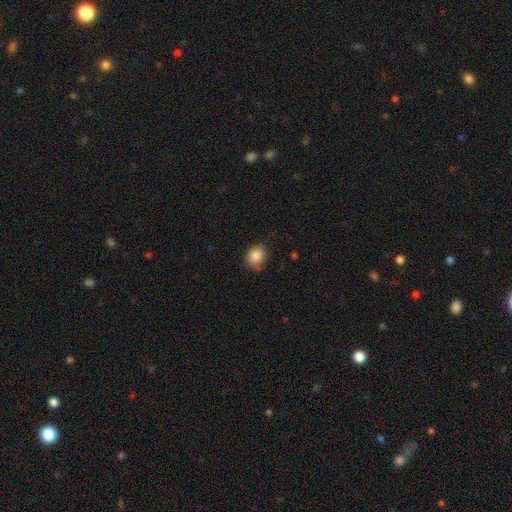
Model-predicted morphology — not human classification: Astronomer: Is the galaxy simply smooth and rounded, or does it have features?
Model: smooth — 87%.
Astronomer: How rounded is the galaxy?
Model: round — 64%.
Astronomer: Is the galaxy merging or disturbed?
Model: none — 77%.